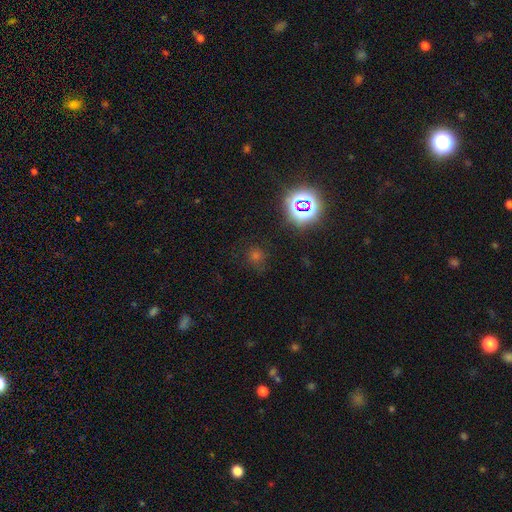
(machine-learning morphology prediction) Q: Smooth or featured?
A: smooth (48%); runner-up: star or artifact (45%)
Q: Merging?
A: none (80%); runner-up: minor disturbance (12%)